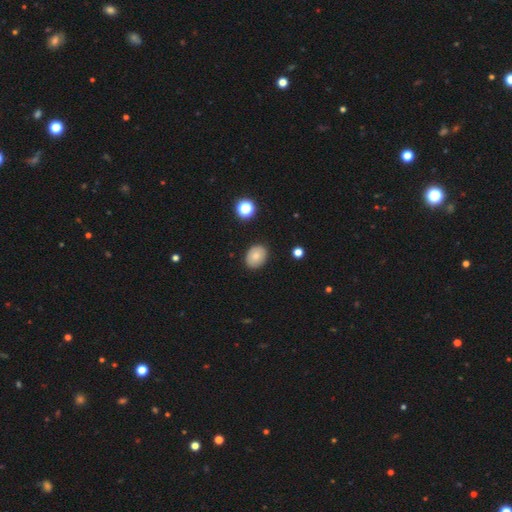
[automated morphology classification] Smooth or featured?
  - smooth: 80% *
  - star or artifact: 10%
  - featured or disk: 10%
How rounded?
  - in between: 60% *
  - round: 39%
  - cigar-shaped: 1%
Merging?
  - none: 88% *
  - minor disturbance: 9%
  - major disturbance: 2%
  - merger: 1%